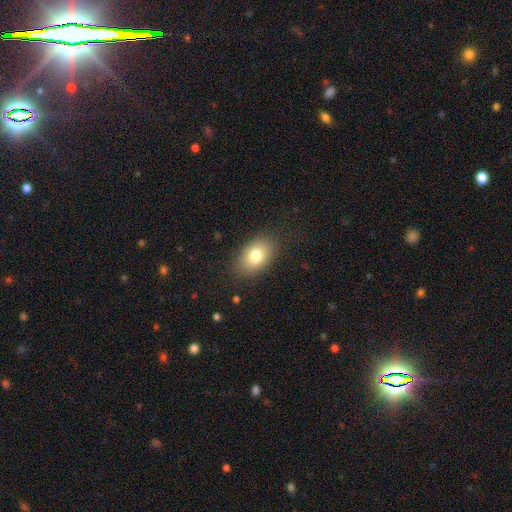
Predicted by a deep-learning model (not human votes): Overall: smooth (79%). How rounded: in between (86%). Merging: none (83%).